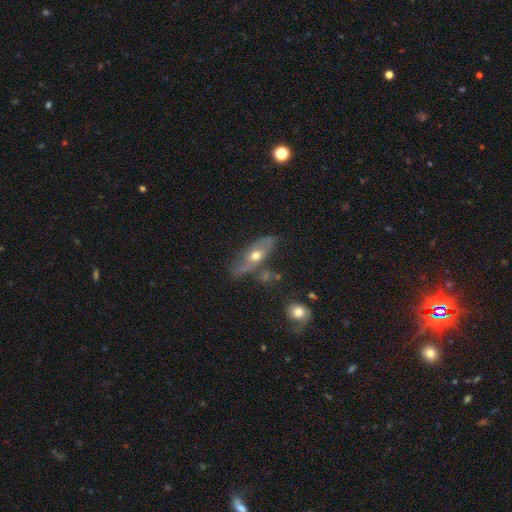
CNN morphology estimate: Smooth or featured?
  - featured or disk: 54% *
  - smooth: 39%
  - star or artifact: 8%
Edge-on disk?
  - no: 66% *
  - yes: 34%
Merging?
  - none: 58% *
  - minor disturbance: 24%
  - major disturbance: 9%
  - merger: 9%